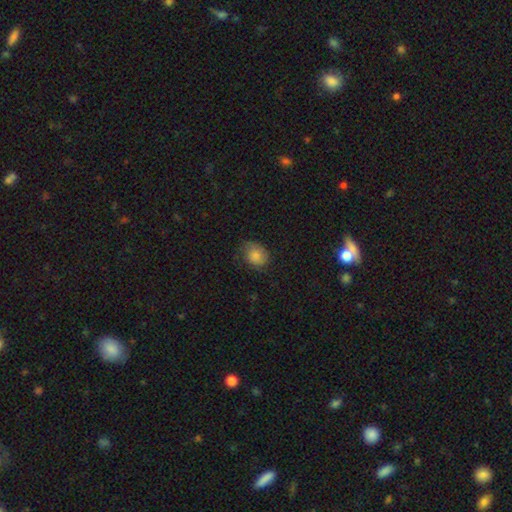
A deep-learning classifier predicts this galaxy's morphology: This is likely a smooth galaxy (76%). How rounded: possibly round (51%). Merging: possibly none (57%).